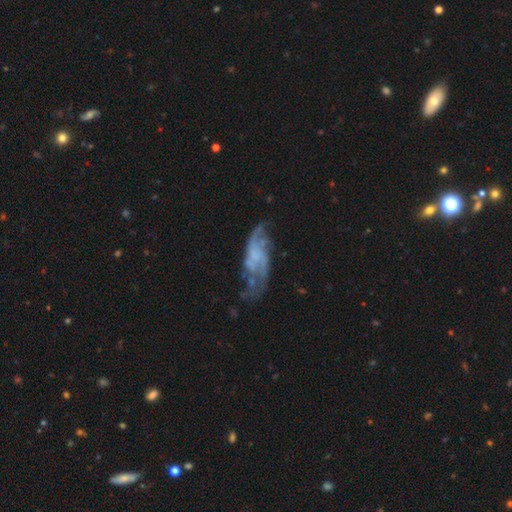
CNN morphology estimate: Smooth or featured: featured or disk — 77% (smooth — 15%)
Edge-on disk: no — 93% (yes — 7%)
Bar: no — 66% (weak — 28%)
Spiral arms: yes — 86% (no — 14%)
Spiral winding: loose — 42% (medium — 38%)
Spiral arm count: 2 — 36% (can't tell — 28%)
Bulge size: none — 56% (small — 26%)
Merging: none — 50% (minor disturbance — 23%)